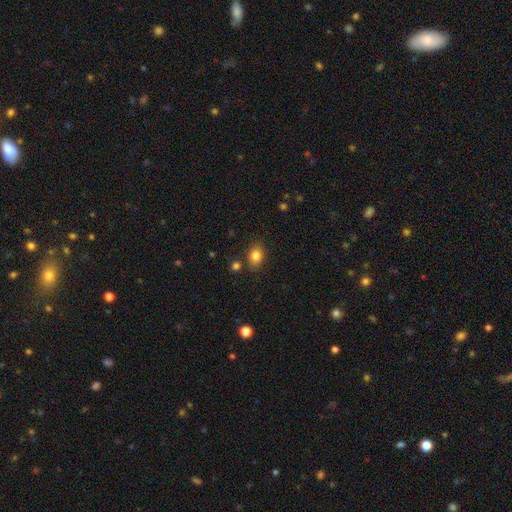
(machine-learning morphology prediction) Smooth or featured? Predicted: smooth (p=0.82). How rounded? Predicted: in between (p=0.68). Merging? Predicted: none (p=0.80).